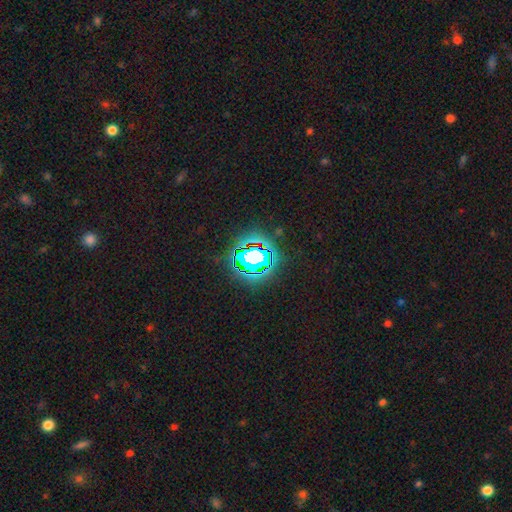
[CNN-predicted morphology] A star or artifact, not a galaxy (75%).